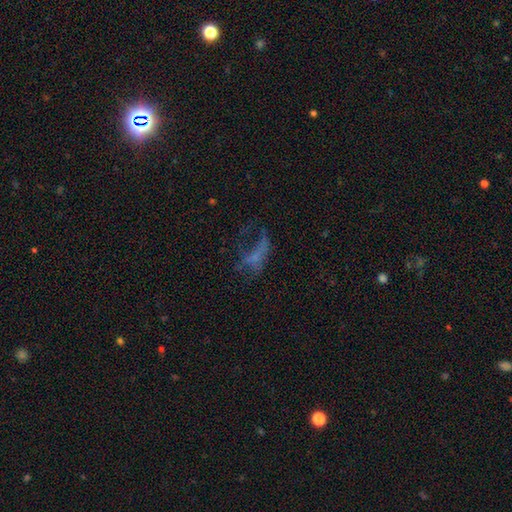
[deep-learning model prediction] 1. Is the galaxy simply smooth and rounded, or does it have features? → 42% featured or disk, 31% smooth, 26% star or artifact.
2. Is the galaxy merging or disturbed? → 48% major disturbance, 32% none, 15% minor disturbance, 5% merger.